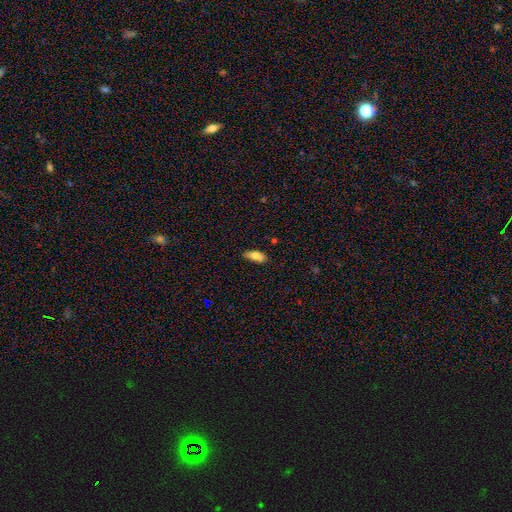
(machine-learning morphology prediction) smooth 75%, featured or disk 18%, star or artifact 7%. Down the decision tree: how rounded — in between (78%); merging — none (74%).